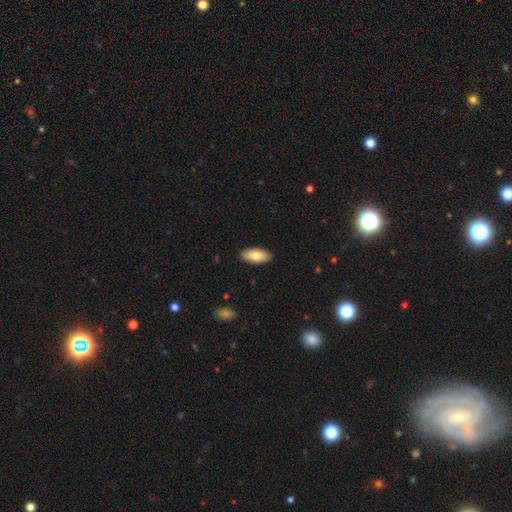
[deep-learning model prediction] smooth-or-featured: smooth: 81% | featured or disk: 13% | star or artifact: 6%
  how-rounded: in between: 88% | cigar-shaped: 10% | round: 2%
  merging: none: 89% | minor disturbance: 8% | major disturbance: 2% | merger: 1%